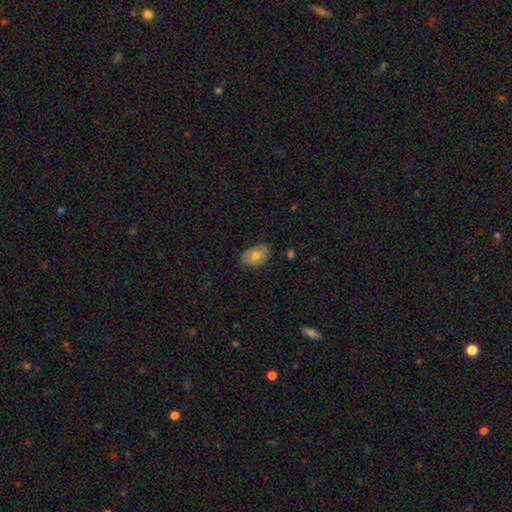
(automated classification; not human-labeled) smooth_or_featured: smooth (p=0.62) [alt: featured or disk p=0.30]
how_rounded: in between (p=0.84) [alt: round p=0.14]
merging: none (p=0.75) [alt: minor disturbance p=0.20]